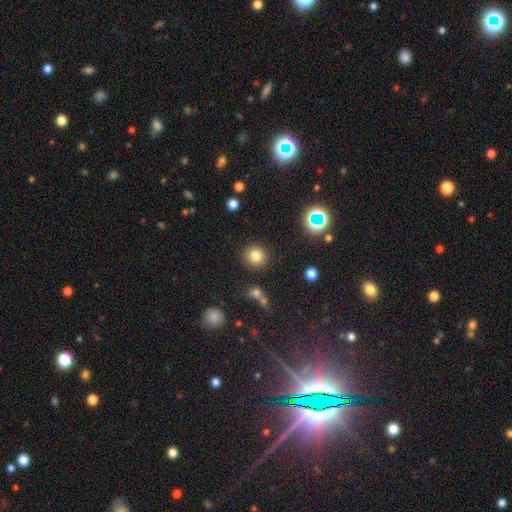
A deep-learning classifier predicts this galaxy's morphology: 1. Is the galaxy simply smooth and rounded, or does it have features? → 79% smooth, 14% star or artifact, 7% featured or disk.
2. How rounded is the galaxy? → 89% round, 10% in between, 1% cigar-shaped.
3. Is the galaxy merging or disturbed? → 87% none, 7% minor disturbance, 3% merger, 3% major disturbance.